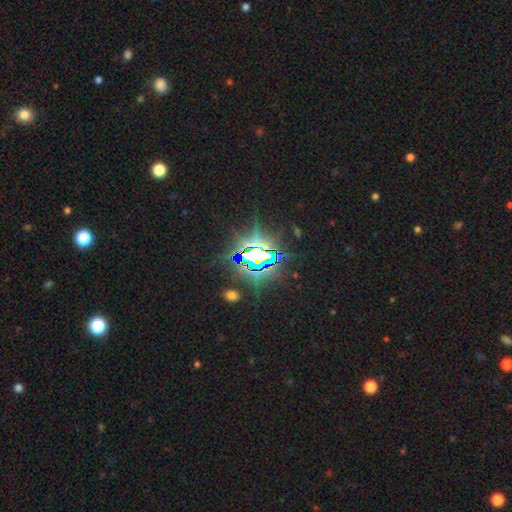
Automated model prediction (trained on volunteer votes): Smooth or featured?
  - star or artifact: 82% *
  - featured or disk: 10%
  - smooth: 9%